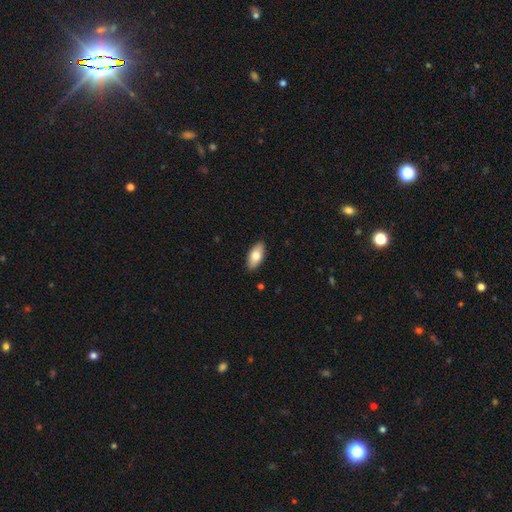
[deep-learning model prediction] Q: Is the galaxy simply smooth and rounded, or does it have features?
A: smooth — 76%.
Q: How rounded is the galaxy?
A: in between — 89%.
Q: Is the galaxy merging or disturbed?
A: none — 89%.